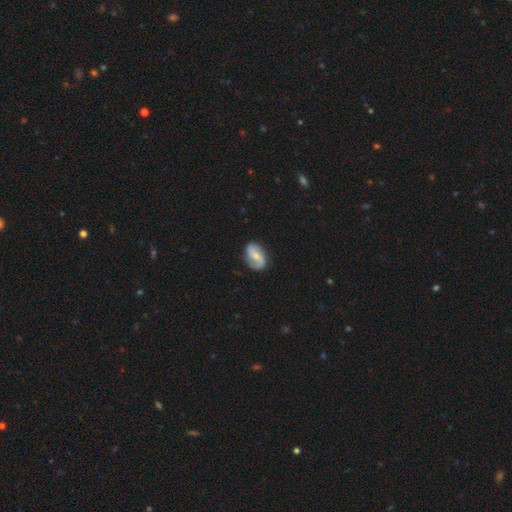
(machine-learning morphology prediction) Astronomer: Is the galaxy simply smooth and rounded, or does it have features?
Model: featured or disk — 74%.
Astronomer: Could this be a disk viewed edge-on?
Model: no — 97%.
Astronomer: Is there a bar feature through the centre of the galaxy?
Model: weak — 45% (runner-up: no, 36%).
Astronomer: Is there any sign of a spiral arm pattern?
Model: yes — 94%.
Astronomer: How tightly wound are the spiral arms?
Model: loose — 50% (runner-up: medium, 35%).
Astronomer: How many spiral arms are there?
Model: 2 — 91%.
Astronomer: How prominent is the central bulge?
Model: small — 47% (runner-up: moderate, 41%).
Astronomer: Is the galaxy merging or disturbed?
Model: none — 81%.